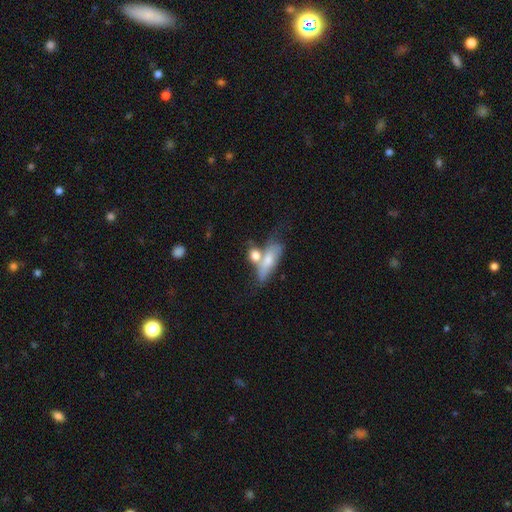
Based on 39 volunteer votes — A smooth galaxy with no disk features (77%) that is in between round and cigar-shaped (60%).

Vote fractions:
- Smooth or featured? smooth: 77% / featured or disk: 18% / star or artifact: 5%
- How rounded? in between: 60% / round: 33% / cigar-shaped: 7%
- Merging? merger: 51% / major disturbance: 19% / none: 16% / minor disturbance: 14%